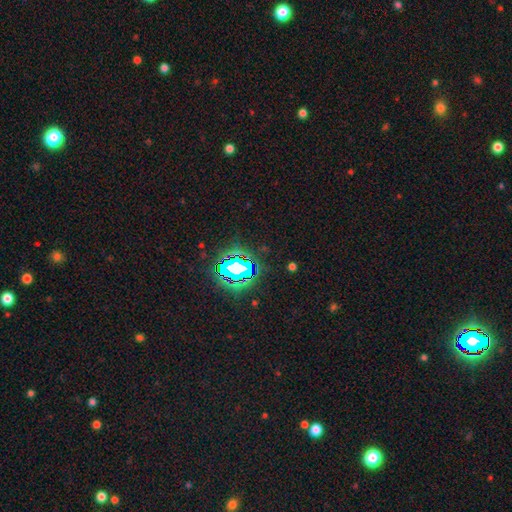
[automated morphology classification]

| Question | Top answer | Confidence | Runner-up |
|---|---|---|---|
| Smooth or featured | star or artifact | 80% | smooth (13%) |